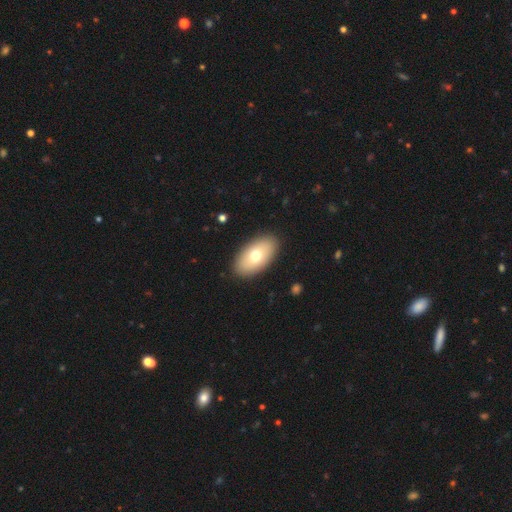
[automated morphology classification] This appears to be a smooth galaxy with no disk features (70%) that is in between round and cigar-shaped (94%). Merging: none (89%).